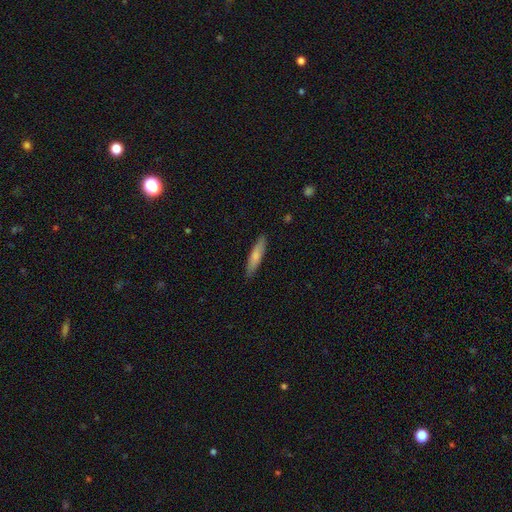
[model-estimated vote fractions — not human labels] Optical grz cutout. It shows a smooth galaxy with no disk features (72%) that is cigar-shaped (82%). Merging: none (88%).